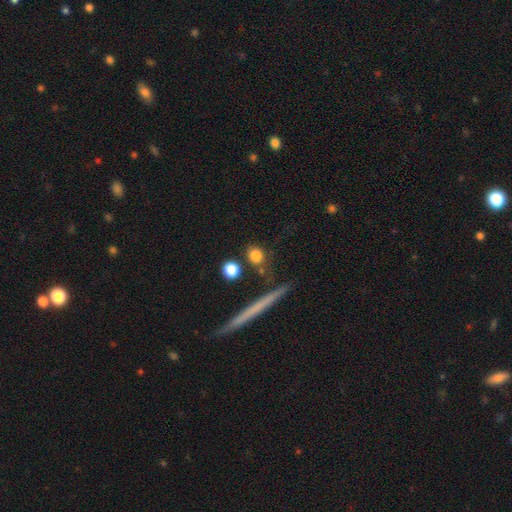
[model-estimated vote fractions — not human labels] This is clearly a smooth galaxy (81%). How rounded: likely round (75%). Merging: likely none (76%).